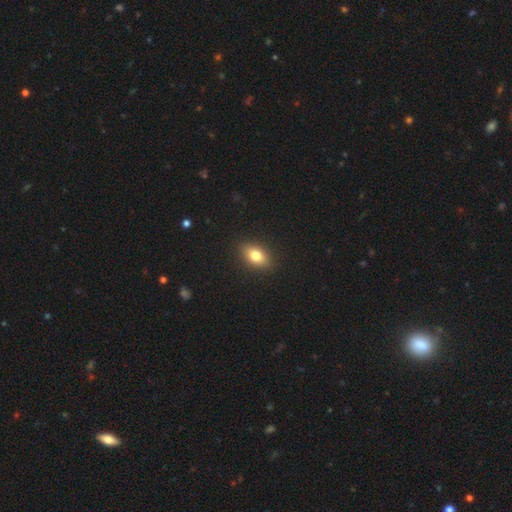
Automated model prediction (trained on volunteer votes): Smooth or featured? Predicted: smooth (p=0.79). How rounded? Predicted: in between (p=0.82). Merging? Predicted: none (p=0.89).